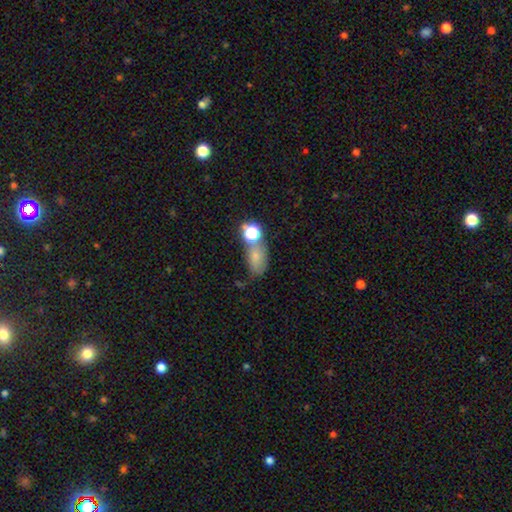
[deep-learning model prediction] smooth-or-featured: smooth: 66% | star or artifact: 20% | featured or disk: 14%
  how-rounded: in between: 78% | round: 19% | cigar-shaped: 3%
  merging: none: 45% | merger: 25% | minor disturbance: 19% | major disturbance: 11%